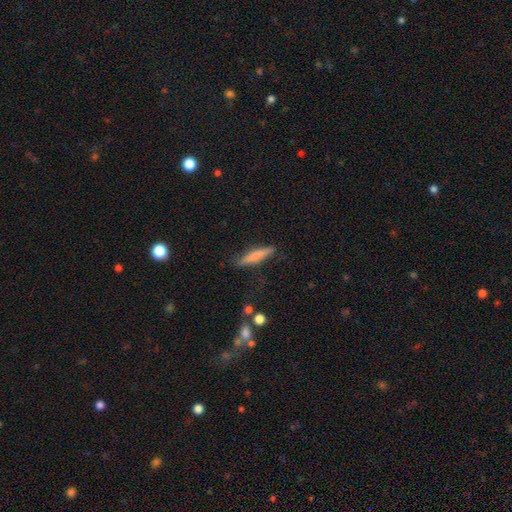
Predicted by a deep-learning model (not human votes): A smooth galaxy with no disk features (70%) that is cigar-shaped (87%).

Vote fractions:
- Smooth or featured? smooth: 70% / featured or disk: 23% / star or artifact: 7%
- How rounded? cigar-shaped: 87% / in between: 11% / round: 2%
- Merging? none: 82% / minor disturbance: 13% / major disturbance: 3% / merger: 2%